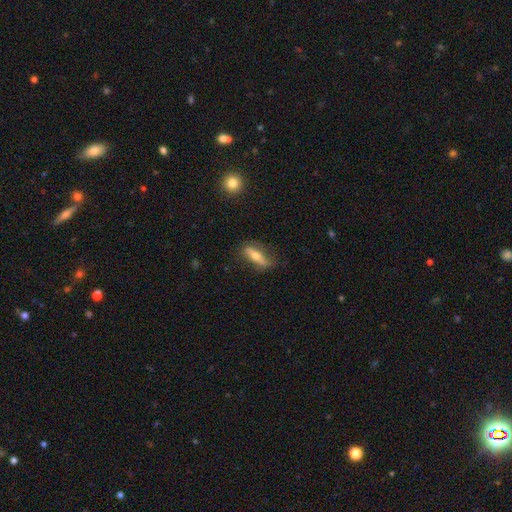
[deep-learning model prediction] Q: Smooth or featured?
A: featured or disk (49%); runner-up: smooth (44%)
Q: Merging?
A: none (72%); runner-up: minor disturbance (20%)